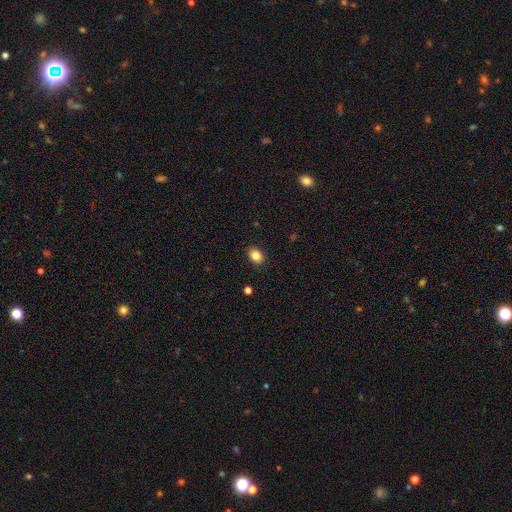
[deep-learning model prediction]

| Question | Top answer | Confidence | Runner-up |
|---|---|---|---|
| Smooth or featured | smooth | 85% | star or artifact (10%) |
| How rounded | in between | 67% | round (32%) |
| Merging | none | 89% | minor disturbance (8%) |